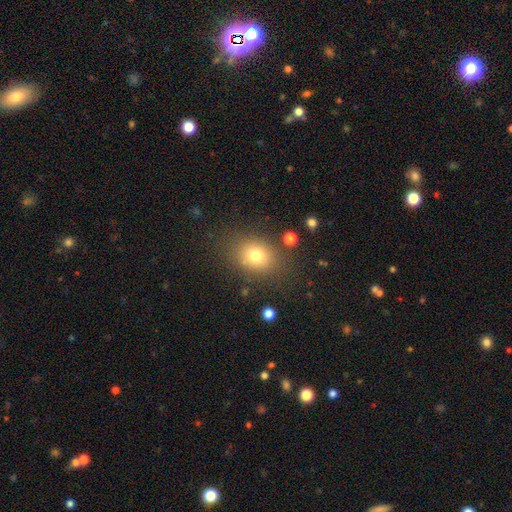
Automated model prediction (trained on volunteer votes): Overall: smooth (75%). How rounded: round (52%; in between 47%). Merging: none (79%).